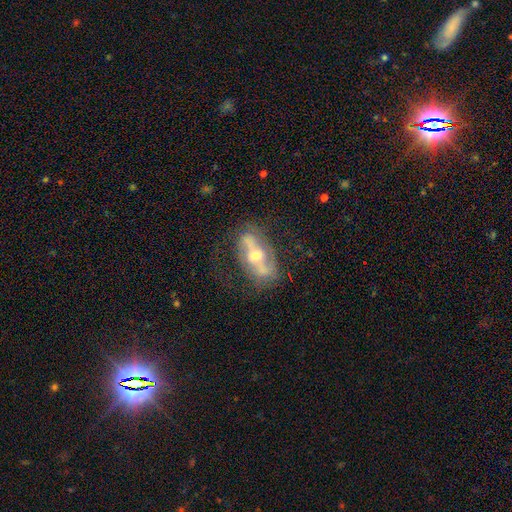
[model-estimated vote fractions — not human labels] smooth-or-featured: featured or disk: 75% | smooth: 18% | star or artifact: 7%
  disk-edge-on: no: 82% | yes: 18%
    bar: strong: 45% | no: 28% | weak: 26%
    has-spiral-arms: yes: 60% | no: 40%
    bulge-size: moderate: 66% | small: 25% | large: 6% | none: 1% | dominant: 1%
  merging: none: 63% | minor disturbance: 20% | major disturbance: 13% | merger: 4%